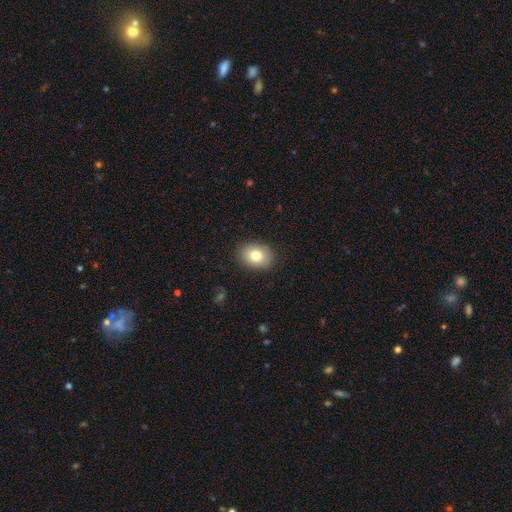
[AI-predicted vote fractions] Smooth or featured? Predicted: smooth (p=0.80). How rounded? Predicted: in between (p=0.69). Merging? Predicted: none (p=0.88).